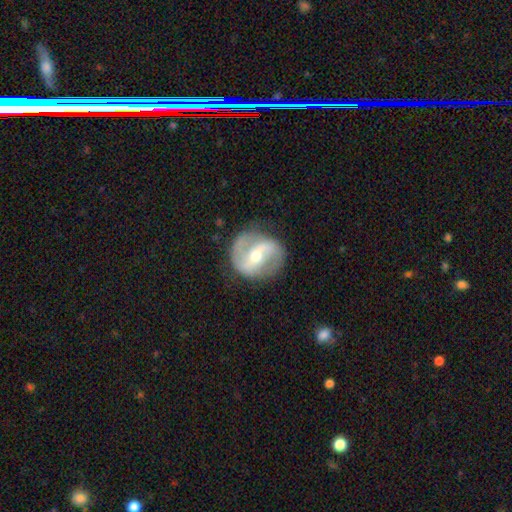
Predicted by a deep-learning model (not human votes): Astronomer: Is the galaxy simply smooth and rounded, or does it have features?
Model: featured or disk — 85%.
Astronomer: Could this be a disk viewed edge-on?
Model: no — 97%.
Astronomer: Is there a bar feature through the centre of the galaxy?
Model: weak — 40% (runner-up: strong, 37%).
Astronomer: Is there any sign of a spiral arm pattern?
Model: yes — 93%.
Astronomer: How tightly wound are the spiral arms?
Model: medium — 50% (runner-up: loose, 26%).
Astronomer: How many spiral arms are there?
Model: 2 — 89%.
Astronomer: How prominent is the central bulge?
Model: moderate — 54% (runner-up: small, 42%).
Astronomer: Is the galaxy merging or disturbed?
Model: none — 80%.